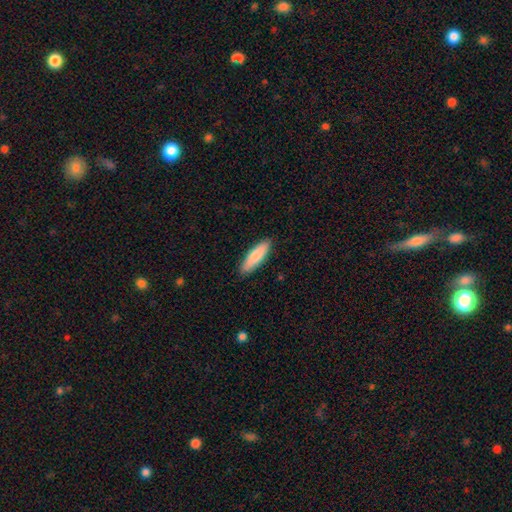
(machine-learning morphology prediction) Smooth or featured? smooth (83%)
How rounded? cigar-shaped (61%)
Merging? none (89%)